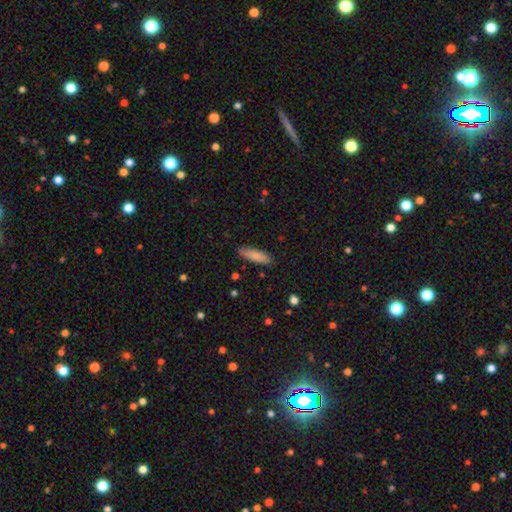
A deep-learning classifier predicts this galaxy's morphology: A smooth galaxy with no disk features (85%) that is cigar-shaped (50%). Merging: none (87%).